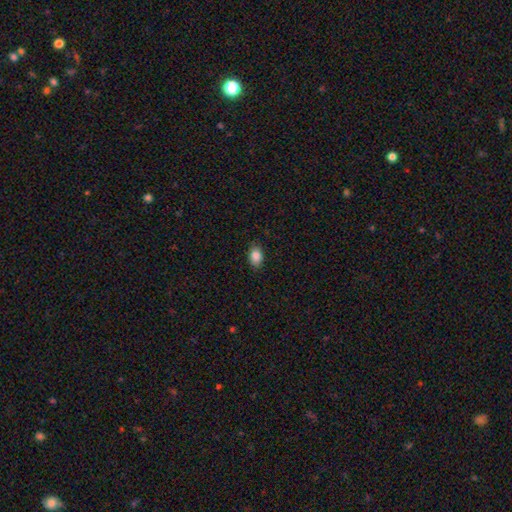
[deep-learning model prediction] Overall: smooth (87%). How rounded: in between (83%). Merging: none (85%).